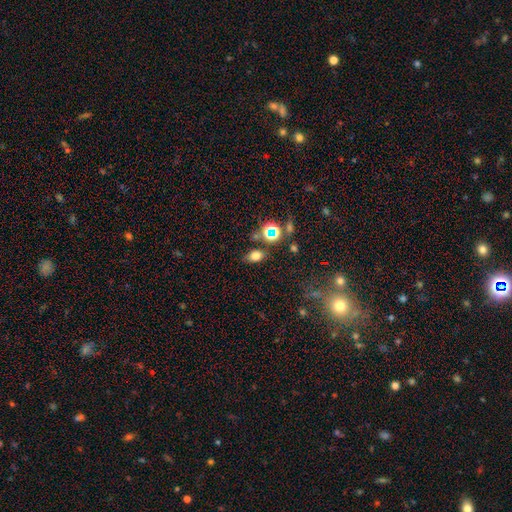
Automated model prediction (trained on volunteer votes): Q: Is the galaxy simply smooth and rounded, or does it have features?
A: smooth — 71%.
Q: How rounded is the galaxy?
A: in between — 78%.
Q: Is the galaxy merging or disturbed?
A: none — 76%.